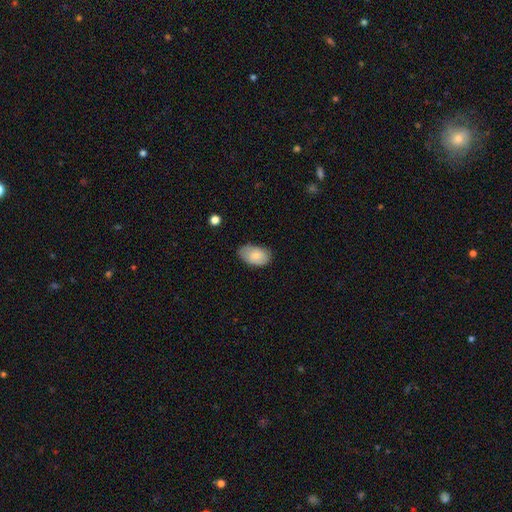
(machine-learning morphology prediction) smooth_or_featured: smooth (p=0.79) [alt: featured or disk p=0.15]
how_rounded: in between (p=0.93) [alt: round p=0.05]
merging: none (p=0.74) [alt: minor disturbance p=0.21]